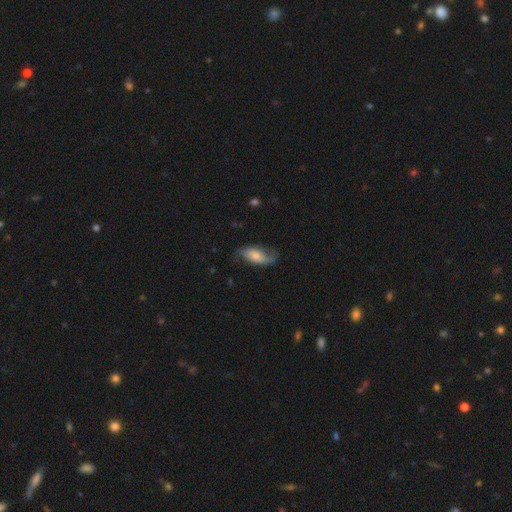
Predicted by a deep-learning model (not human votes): This is possibly a featured or disk galaxy (47%). Merging: possibly none (57%).